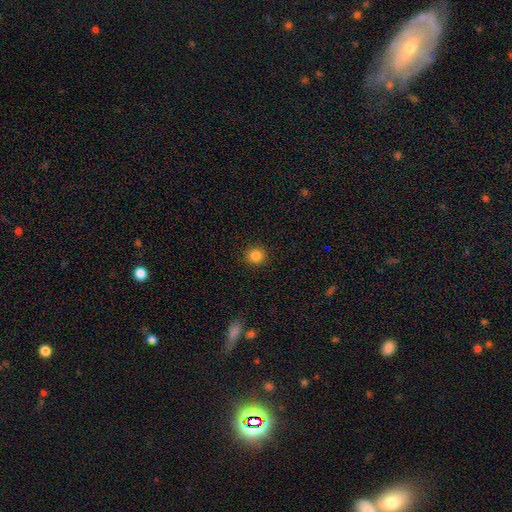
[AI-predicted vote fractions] A smooth galaxy with no disk features (85%) that is round (92%). Merging: none (92%).